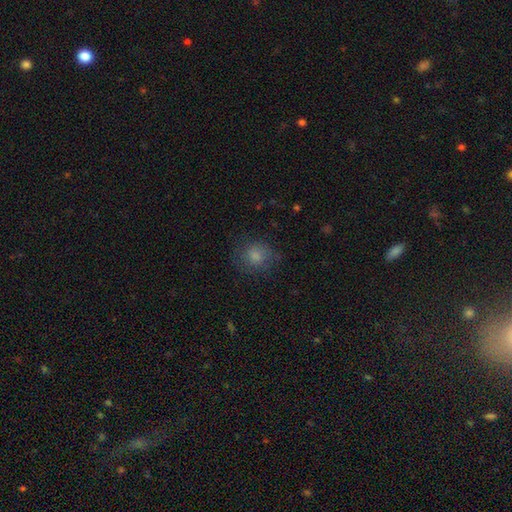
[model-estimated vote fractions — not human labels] Smooth or featured? Predicted: smooth (p=0.79). How rounded? Predicted: round (p=0.77). Merging? Predicted: none (p=0.73).